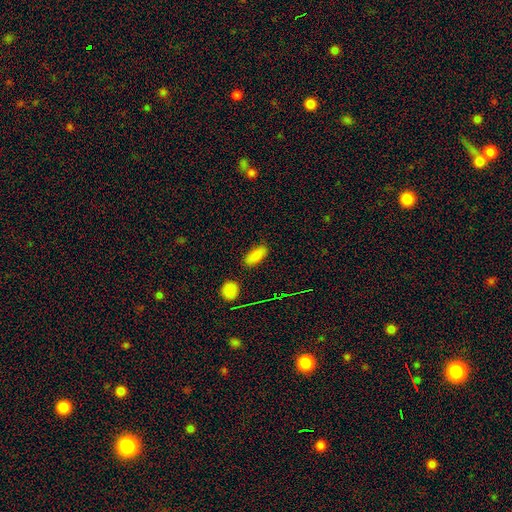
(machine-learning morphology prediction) Q: Smooth or featured?
A: smooth (84%); runner-up: star or artifact (11%)
Q: How rounded?
A: in between (84%); runner-up: cigar-shaped (13%)
Q: Merging?
A: none (84%); runner-up: minor disturbance (11%)